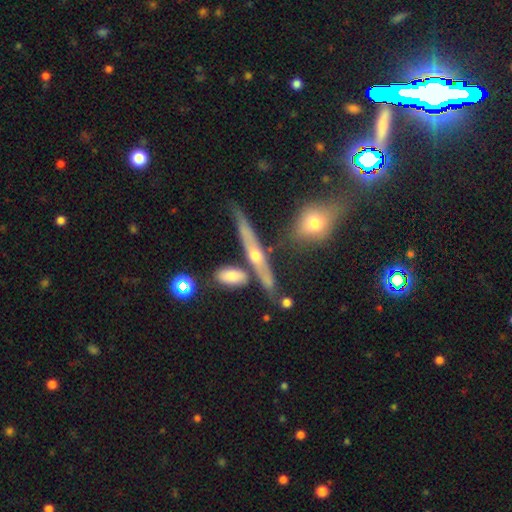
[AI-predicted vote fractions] Overall: featured or disk (60%; smooth 33%). Edge-on disk: yes (84%). Edge-on bulge: rounded (87%). Merging: none (67%).